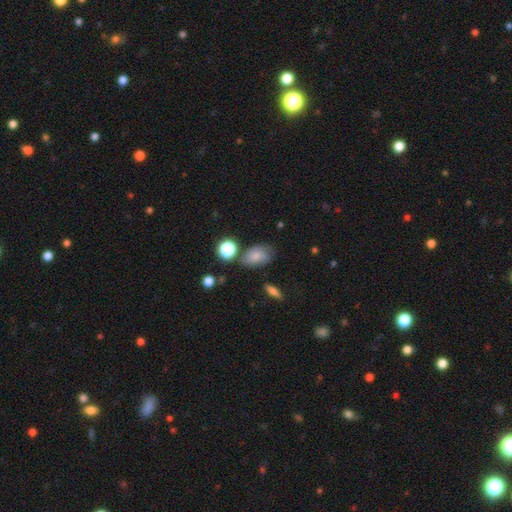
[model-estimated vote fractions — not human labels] Overall: smooth (68%). How rounded: in between (79%). Merging: none (58%; minor disturbance 26%).